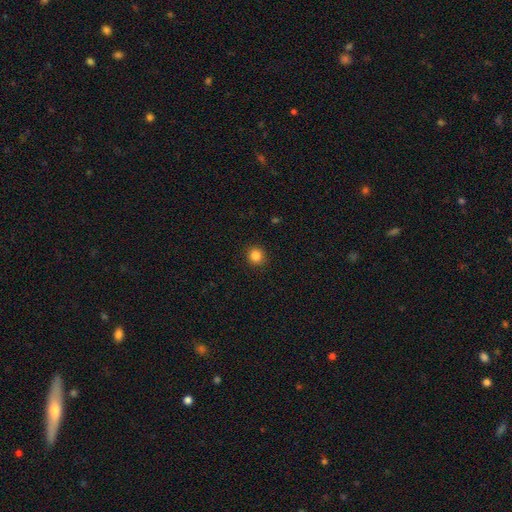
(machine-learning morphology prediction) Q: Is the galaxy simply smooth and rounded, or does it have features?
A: smooth — 85%.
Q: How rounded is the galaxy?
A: round — 91%.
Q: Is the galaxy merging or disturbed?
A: none — 91%.